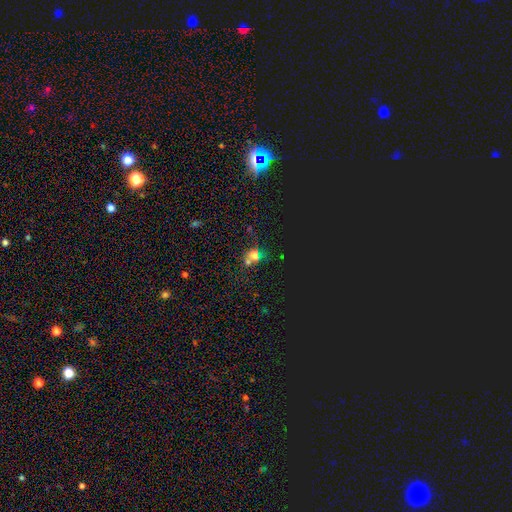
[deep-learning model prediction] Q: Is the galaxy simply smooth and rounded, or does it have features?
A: smooth — 56%.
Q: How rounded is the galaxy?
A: round — 76%.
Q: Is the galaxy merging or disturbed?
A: none — 47%.